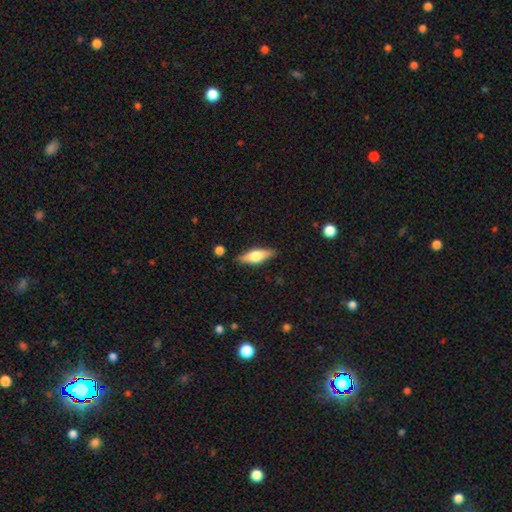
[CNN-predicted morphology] This appears to be a smooth galaxy with no disk features (51%) that is in between round and cigar-shaped (55%). Merging: none (86%).